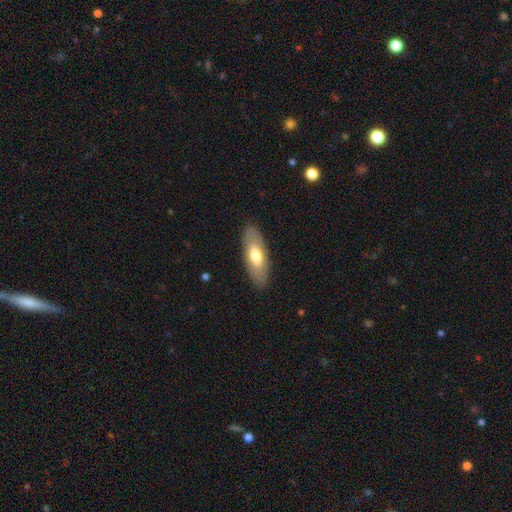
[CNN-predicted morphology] smooth_or_featured: smooth (p=0.62) [alt: featured or disk p=0.33]
how_rounded: in between (p=0.77) [alt: cigar-shaped p=0.21]
merging: none (p=0.87) [alt: minor disturbance p=0.10]